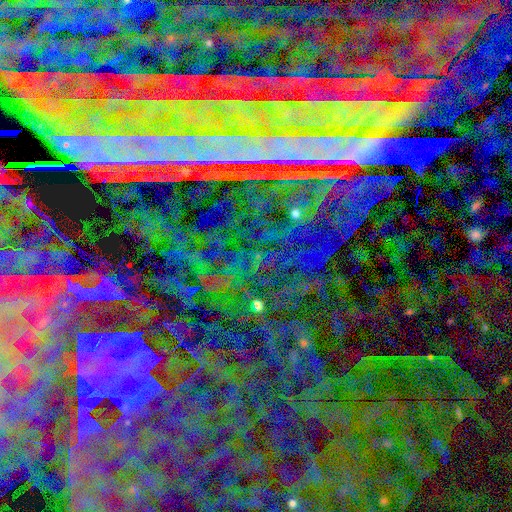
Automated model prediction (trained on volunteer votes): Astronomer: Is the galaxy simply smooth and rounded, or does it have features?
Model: star or artifact — 88%.